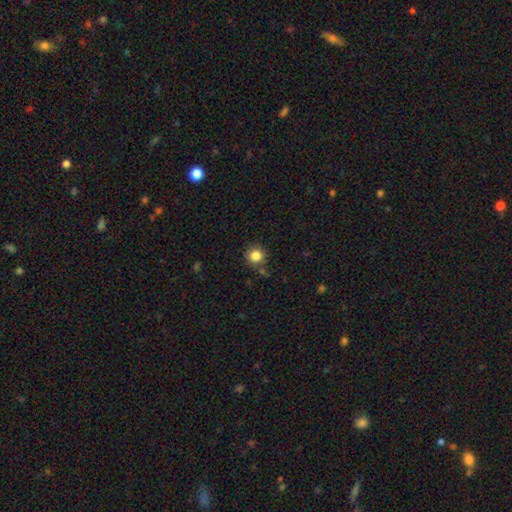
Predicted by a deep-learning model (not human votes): Smooth or featured?
  - smooth: 84% *
  - star or artifact: 11%
  - featured or disk: 5%
How rounded?
  - round: 91% *
  - in between: 8%
  - cigar-shaped: 1%
Merging?
  - none: 80% *
  - minor disturbance: 12%
  - merger: 5%
  - major disturbance: 3%